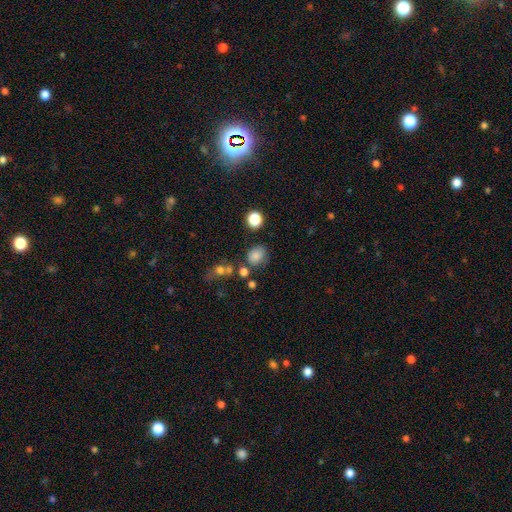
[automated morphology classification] Smooth or featured? smooth (79%)
How rounded? round (61%)
Merging? none (64%)